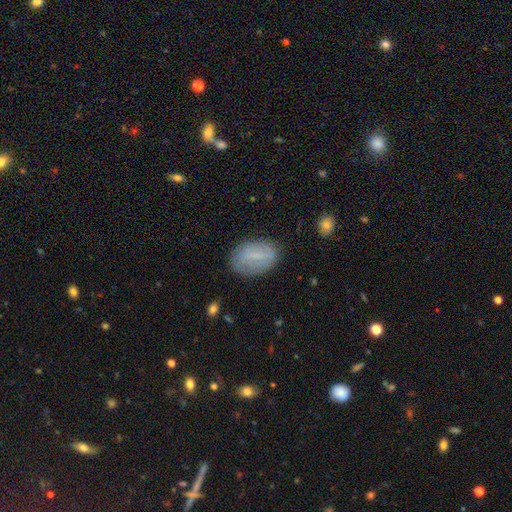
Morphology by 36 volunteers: A smooth galaxy with no disk features (75%) that is in between round and cigar-shaped (85%).

Vote fractions:
- Smooth or featured? smooth: 75% / featured or disk: 25% / star or artifact: 0%
- How rounded? in between: 85% / round: 15% / cigar-shaped: 0%
- Merging? none: 78% / minor disturbance: 22% / major disturbance: 0% / merger: 0%